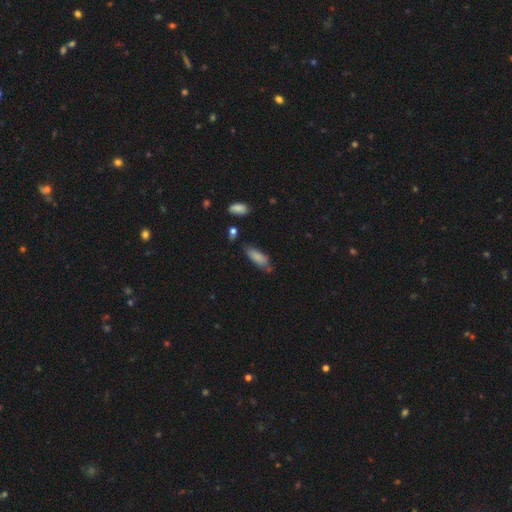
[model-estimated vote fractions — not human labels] smooth-or-featured: smooth: 80% | featured or disk: 11% | star or artifact: 8%
  how-rounded: in between: 65% | cigar-shaped: 33% | round: 2%
  merging: none: 67% | minor disturbance: 23% | major disturbance: 6% | merger: 5%